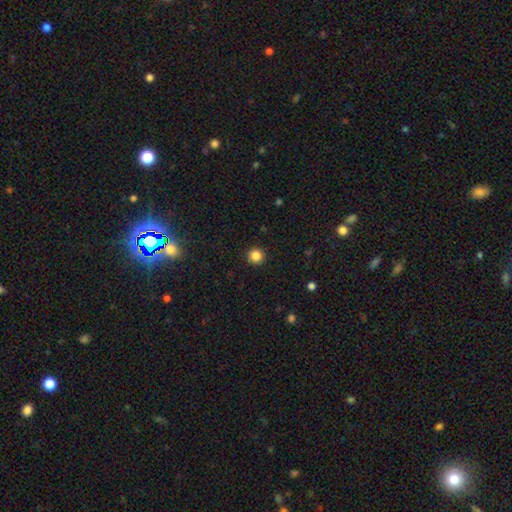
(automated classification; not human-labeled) smooth_or_featured: smooth (p=0.85) [alt: star or artifact p=0.11]
how_rounded: round (p=0.95) [alt: in between p=0.04]
merging: none (p=0.93) [alt: minor disturbance p=0.04]